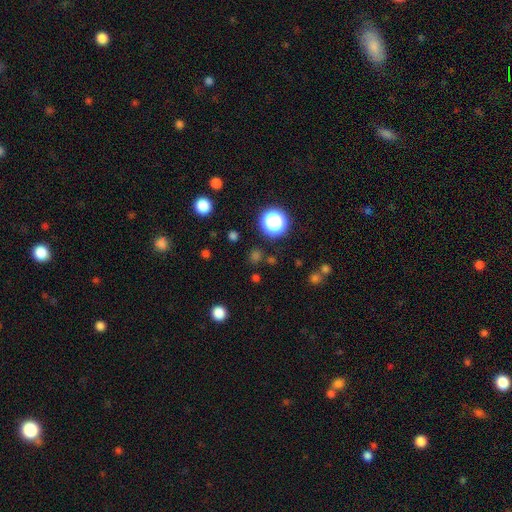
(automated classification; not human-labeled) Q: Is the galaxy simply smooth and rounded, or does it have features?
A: smooth — 54%.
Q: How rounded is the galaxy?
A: round — 87%.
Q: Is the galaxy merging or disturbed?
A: none — 83%.